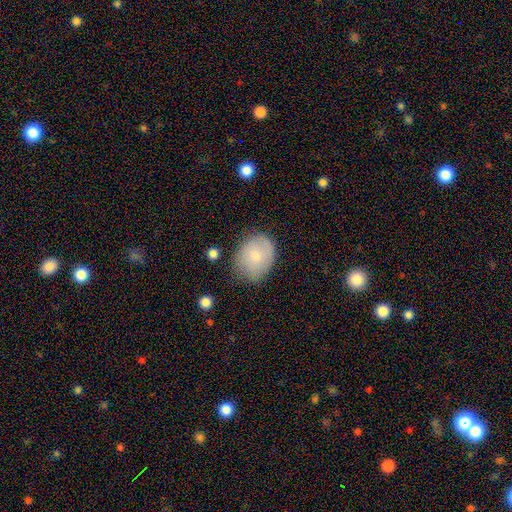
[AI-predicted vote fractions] Overall: smooth (72%). How rounded: in between (59%; round 40%). Merging: none (64%; minor disturbance 27%).